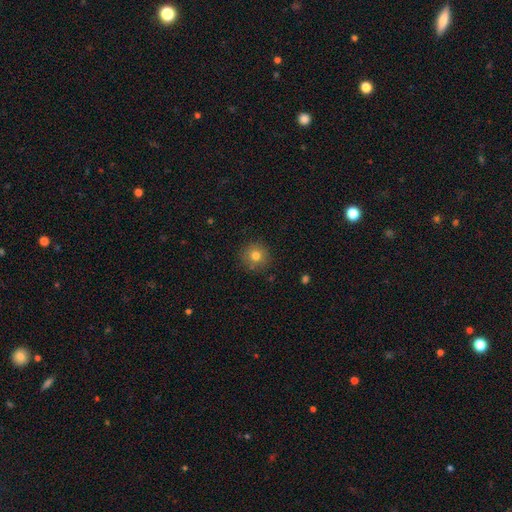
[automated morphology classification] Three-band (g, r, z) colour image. It shows a smooth galaxy with no disk features (78%) that is round (94%). Merging: none (89%).